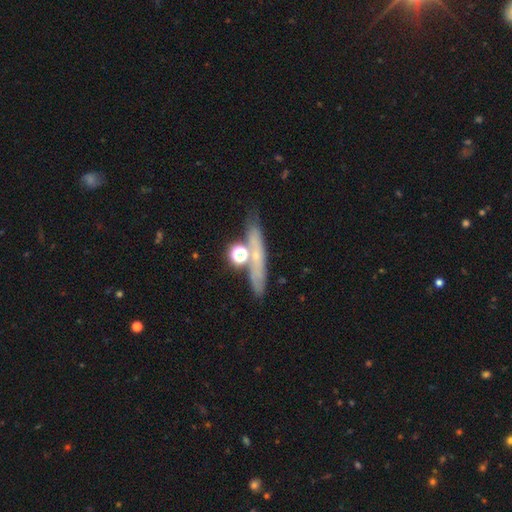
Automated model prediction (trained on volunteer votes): A smooth galaxy with no disk features (44%).

Vote fractions:
- Smooth or featured? smooth: 44% / featured or disk: 39% / star or artifact: 17%
- Merging? none: 70% / minor disturbance: 13% / merger: 12% / major disturbance: 6%